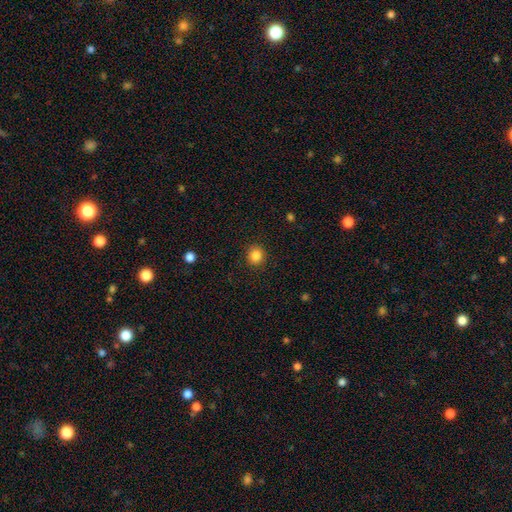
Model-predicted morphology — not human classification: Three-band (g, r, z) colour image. It shows a smooth galaxy with no disk features (85%) that is round (82%). Merging: none (90%).